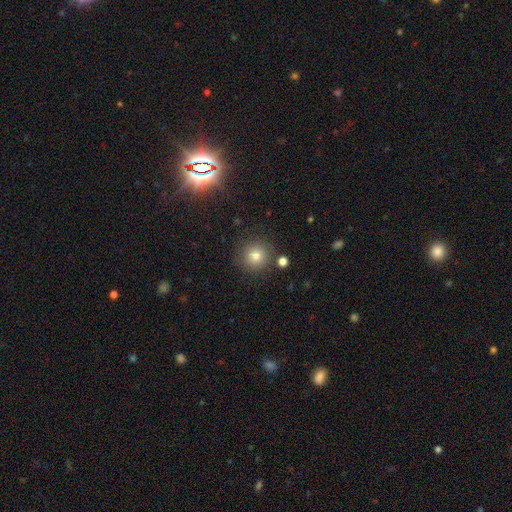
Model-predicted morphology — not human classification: A smooth galaxy with no disk features (79%) that is round (94%). Merging: none (84%).